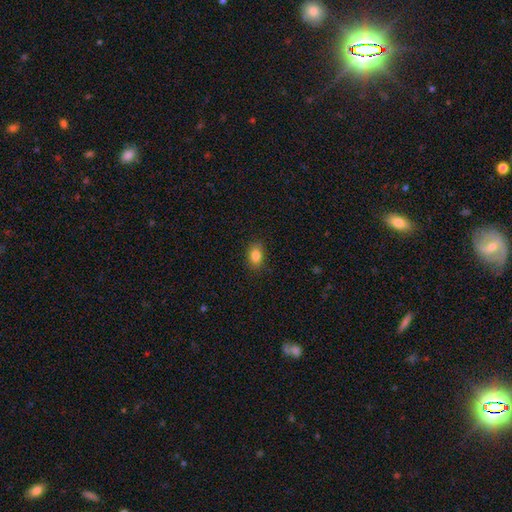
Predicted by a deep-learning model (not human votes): Smooth or featured? smooth (85%)
How rounded? in between (78%)
Merging? none (85%)